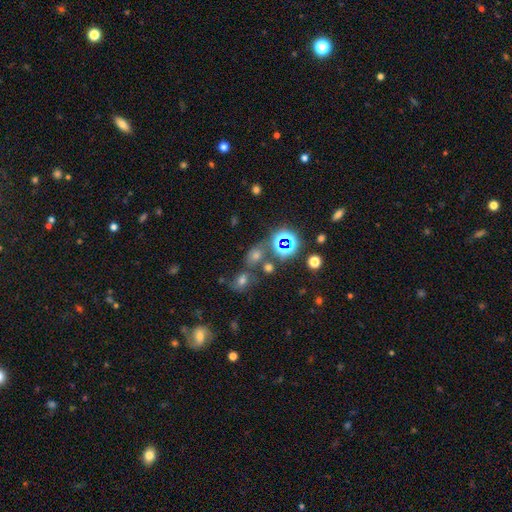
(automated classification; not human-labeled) star or artifact 50%, smooth 38%, featured or disk 11%.